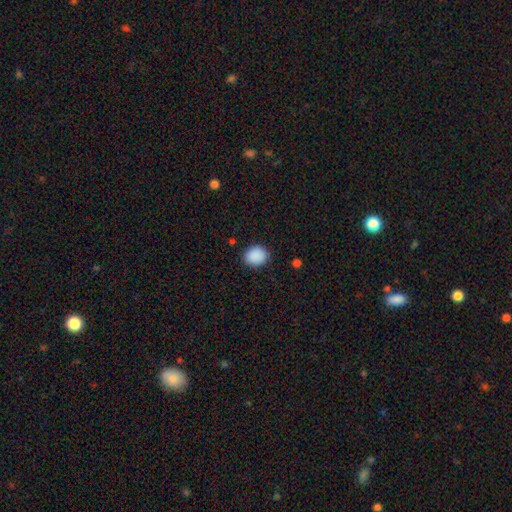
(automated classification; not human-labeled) A smooth galaxy with no disk features (90%) that is round (58%). Merging: none (87%).